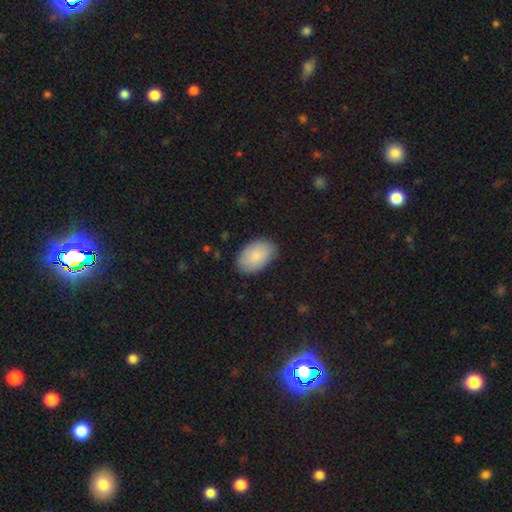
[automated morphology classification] This is clearly a smooth galaxy (87%). How rounded: clearly in between (93%). Merging: clearly none (85%).